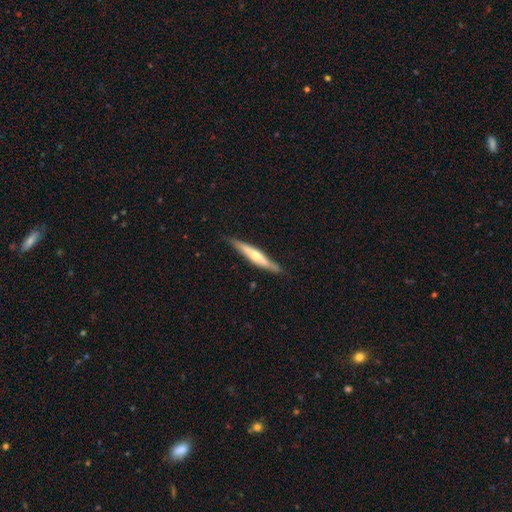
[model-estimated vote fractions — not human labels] Morphology: type=featured or disk (58%); edge-on=yes (93%); edge-on bulge=rounded (79%); merging=none (87%).